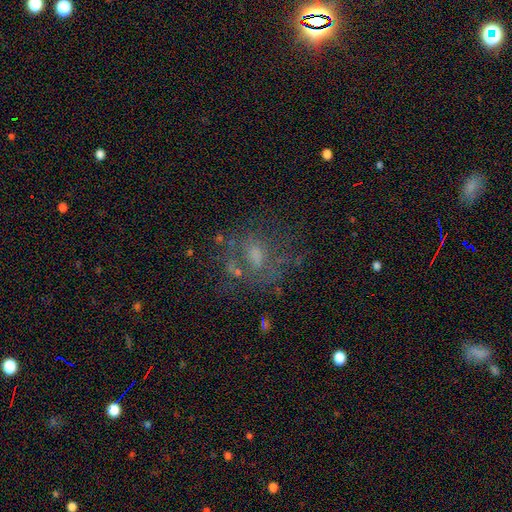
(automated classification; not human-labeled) Morphology: type=featured or disk (47%); merging=none (54%).